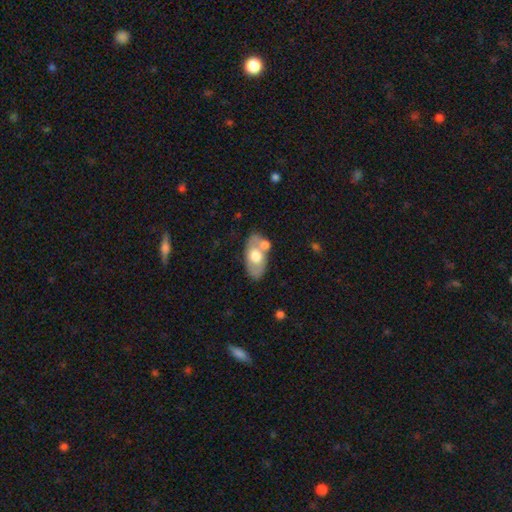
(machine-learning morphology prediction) This is possibly a smooth galaxy (52%). How rounded: clearly in between (91%). Merging: possibly none (59%).